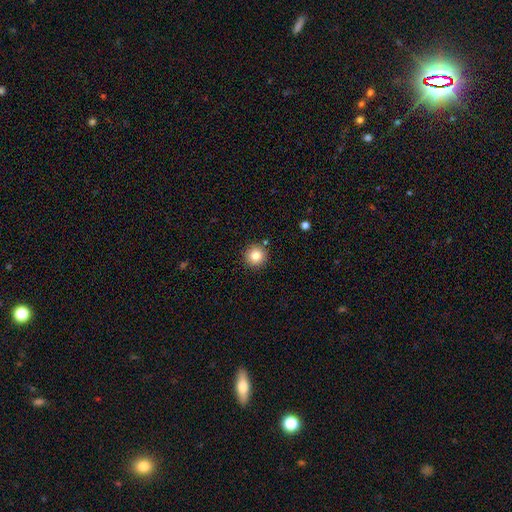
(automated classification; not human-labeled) smooth 83%, star or artifact 10%, featured or disk 7%. Down the decision tree: how rounded — round (95%); merging — none (88%).